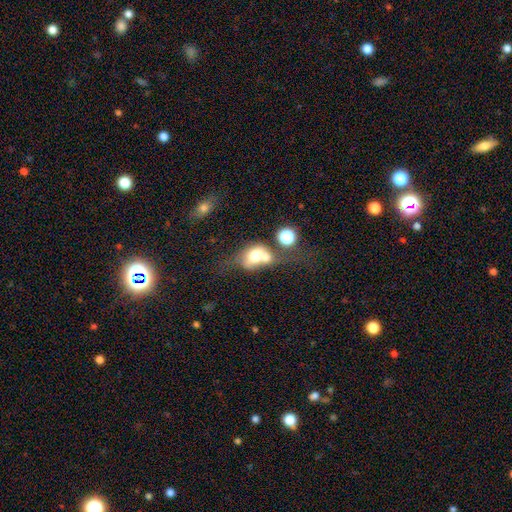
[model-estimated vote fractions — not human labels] smooth-or-featured: smooth: 61% | featured or disk: 28% | star or artifact: 11%
  how-rounded: in between: 58% | round: 40% | cigar-shaped: 2%
  merging: merger: 62% | none: 17% | major disturbance: 11% | minor disturbance: 10%